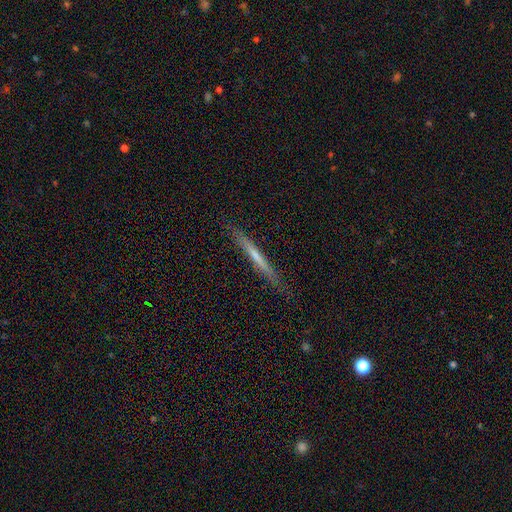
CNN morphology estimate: smooth-or-featured: smooth: 48% | featured or disk: 45% | star or artifact: 6%
  merging: none: 86% | minor disturbance: 11% | major disturbance: 2% | merger: 1%